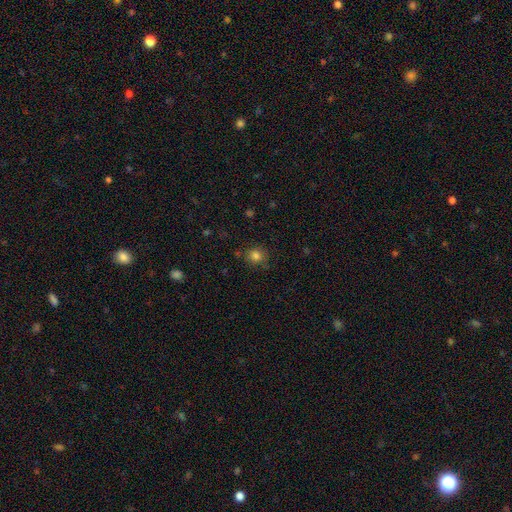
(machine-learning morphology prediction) A smooth galaxy with no disk features (81%) that is round (84%). Merging: none (81%).